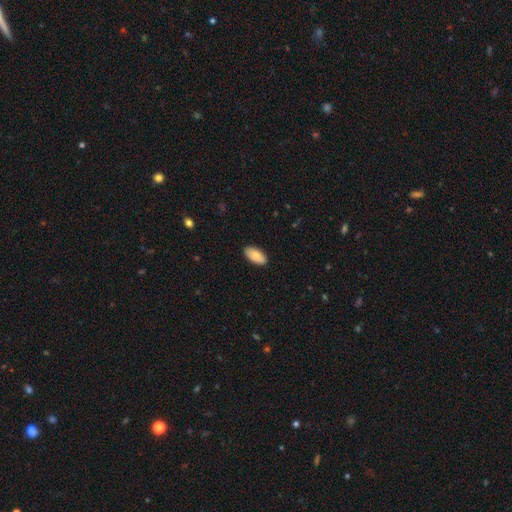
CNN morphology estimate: Smooth or featured? smooth (82%)
How rounded? in between (93%)
Merging? none (88%)